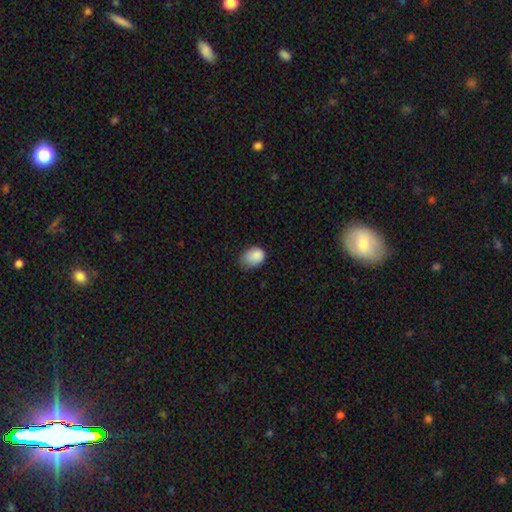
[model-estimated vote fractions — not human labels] smooth-or-featured: smooth: 86% | star or artifact: 9% | featured or disk: 5%
  how-rounded: in between: 69% | round: 30% | cigar-shaped: 1%
  merging: minor disturbance: 44% (tied) | none: 44% (tied) | major disturbance: 11% | merger: 2%